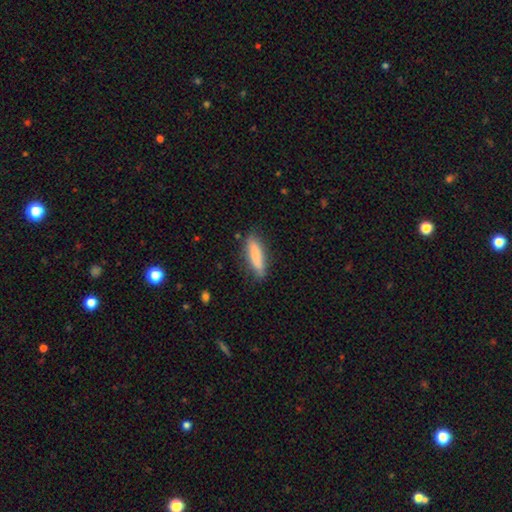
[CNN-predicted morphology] Smooth or featured? Predicted: smooth (p=0.81). How rounded? Predicted: cigar-shaped (p=0.66). Merging? Predicted: none (p=0.79).